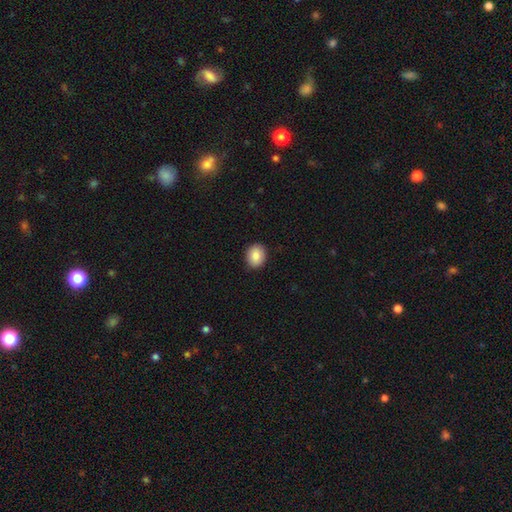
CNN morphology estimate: smooth 87%, star or artifact 8%, featured or disk 6%. Down the decision tree: how rounded — round (55%); merging — none (90%).